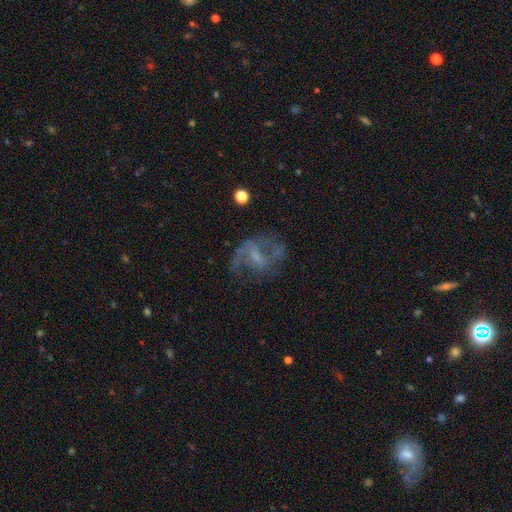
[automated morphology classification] smooth_or_featured: featured or disk (p=0.73) [alt: smooth p=0.16]
disk_edge_on: no (p=0.97) [alt: yes p=0.03]
bar: weak (p=0.49) [alt: no p=0.35]
has_spiral_arms: yes (p=0.78) [alt: no p=0.22]
spiral_winding: loose (p=0.51) [alt: medium p=0.38]
spiral_arm_count: 2 (p=0.69) [alt: can't tell p=0.13]
bulge_size: small (p=0.49) [alt: none p=0.27]
merging: none (p=0.51) [alt: major disturbance p=0.27]